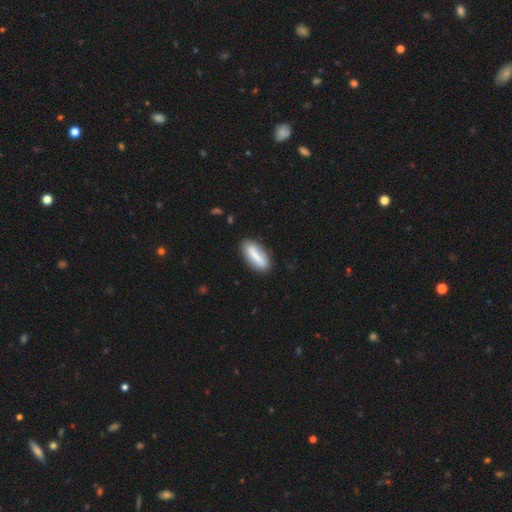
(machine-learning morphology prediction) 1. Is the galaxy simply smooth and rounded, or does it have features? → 73% smooth, 21% featured or disk, 6% star or artifact.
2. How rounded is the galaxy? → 63% in between, 35% cigar-shaped, 2% round.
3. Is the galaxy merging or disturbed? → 82% none, 13% minor disturbance, 3% major disturbance, 3% merger.